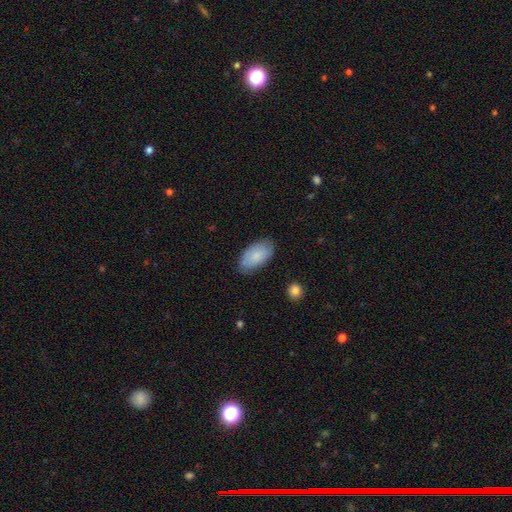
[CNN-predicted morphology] smooth-or-featured: smooth: 82% | featured or disk: 12% | star or artifact: 6%
  how-rounded: in between: 95% | round: 3% | cigar-shaped: 2%
  merging: none: 79% | minor disturbance: 17% | major disturbance: 3% | merger: 1%